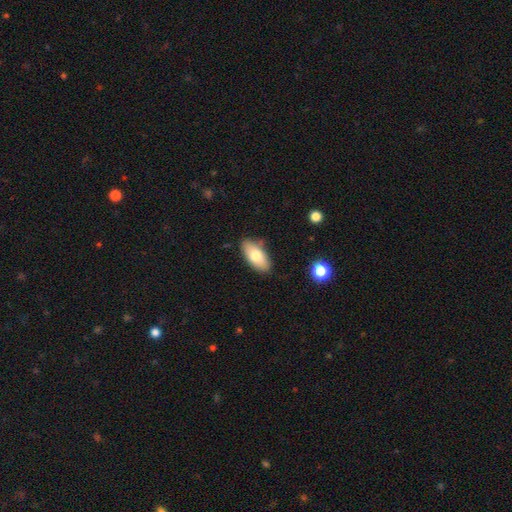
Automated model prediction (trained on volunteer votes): This appears to be a smooth galaxy with no disk features (74%) that is in between round and cigar-shaped (90%). Merging: none (83%).